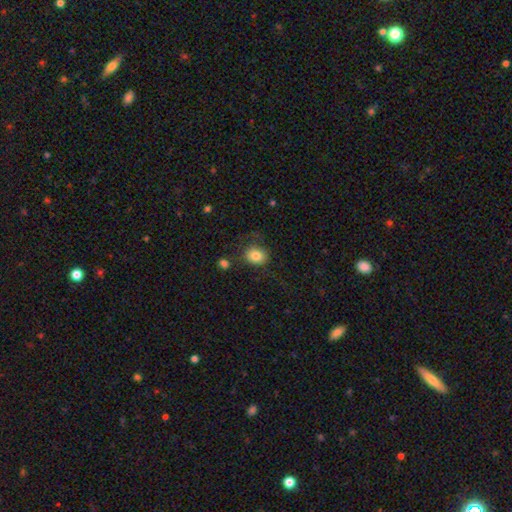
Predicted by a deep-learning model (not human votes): Q: Smooth or featured?
A: smooth (83%); runner-up: star or artifact (9%)
Q: How rounded?
A: round (53%); runner-up: in between (46%)
Q: Merging?
A: none (72%); runner-up: minor disturbance (17%)